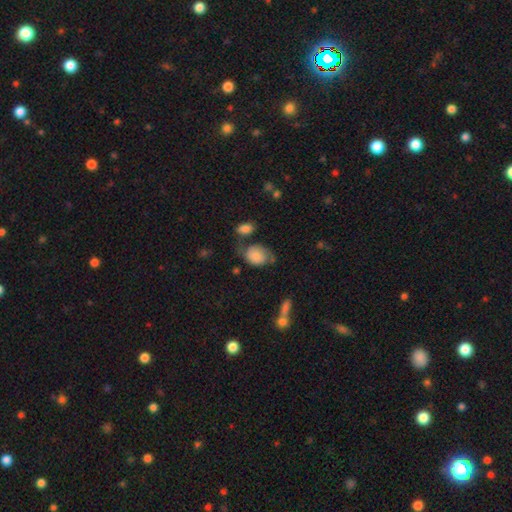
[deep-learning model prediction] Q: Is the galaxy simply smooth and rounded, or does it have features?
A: smooth — 72%.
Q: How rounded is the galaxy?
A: in between — 62%.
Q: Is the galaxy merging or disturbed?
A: none — 43%.